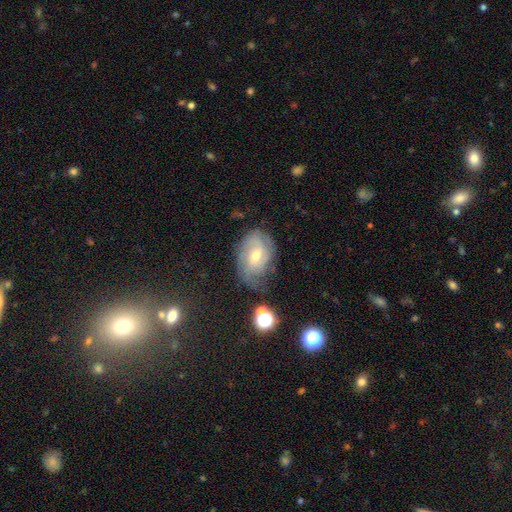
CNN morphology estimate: Smooth or featured: featured or disk — 69% (smooth — 21%)
Edge-on disk: no — 96% (yes — 4%)
Bar: weak — 46% (no — 45%)
Spiral arms: yes — 89% (no — 11%)
Spiral winding: tight — 51% (medium — 35%)
Spiral arm count: can't tell — 41% (2 — 25%)
Bulge size: moderate — 56% (small — 40%)
Merging: none — 58% (minor disturbance — 27%)